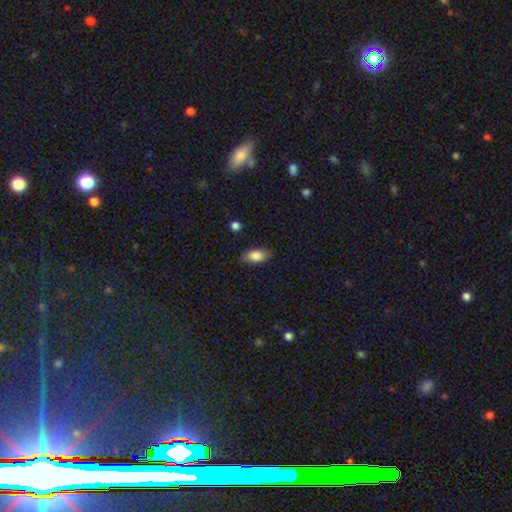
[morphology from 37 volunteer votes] A smooth galaxy with no disk features (84%) that is in between round and cigar-shaped (94%). Merging: none (83%).